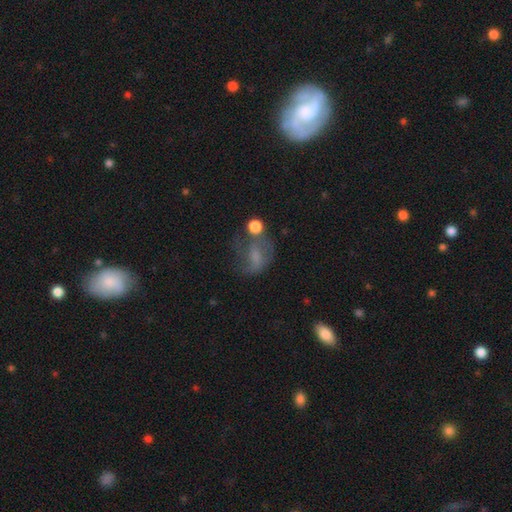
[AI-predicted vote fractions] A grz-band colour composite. It shows a smooth galaxy with no disk features (46%). Merging: none (34%).